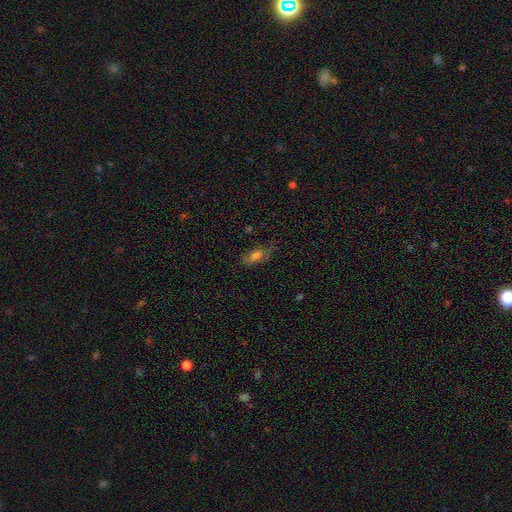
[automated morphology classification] type=smooth (64%); roundness=in between (79%); merging=none (66%).